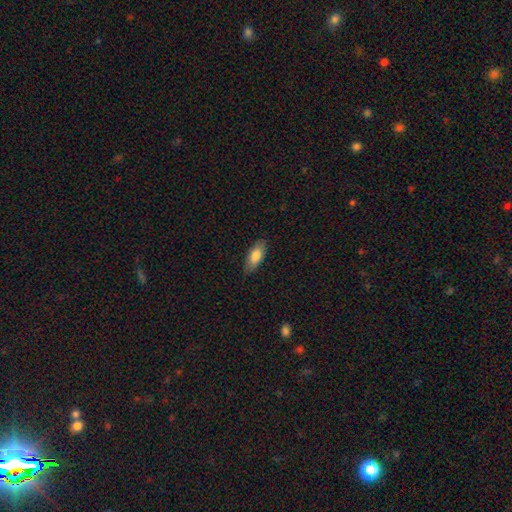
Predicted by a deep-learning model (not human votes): smooth 77%, featured or disk 17%, star or artifact 6%. Down the decision tree: how rounded — in between (78%); merging — none (83%).